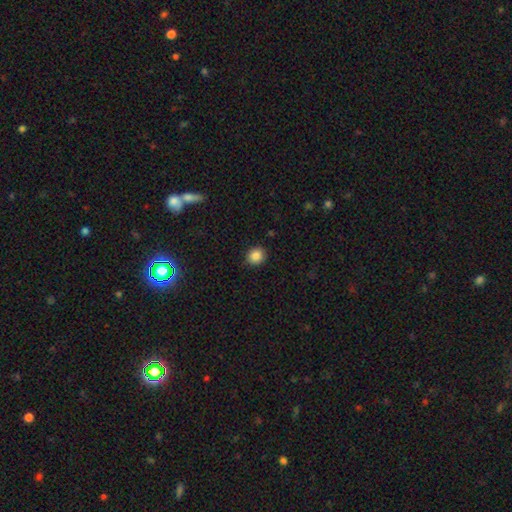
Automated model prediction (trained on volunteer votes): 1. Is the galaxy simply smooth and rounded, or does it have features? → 86% smooth, 10% star or artifact, 4% featured or disk.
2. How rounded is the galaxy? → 83% round, 16% in between, 1% cigar-shaped.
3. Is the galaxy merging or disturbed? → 90% none, 7% minor disturbance, 2% major disturbance, 1% merger.